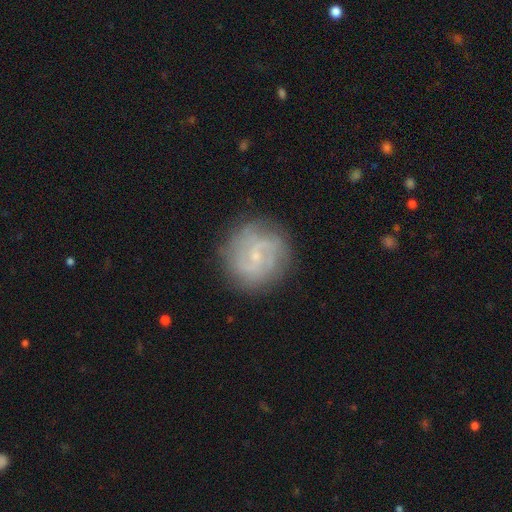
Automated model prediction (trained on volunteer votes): Morphology: type=featured or disk (69%); edge-on=no (97%); bar=no (54%); spiral arms=yes (87%); winding=tight (41%, tied with medium); arm count=2 (36%); bulge=small (80%); merging=none (81%).